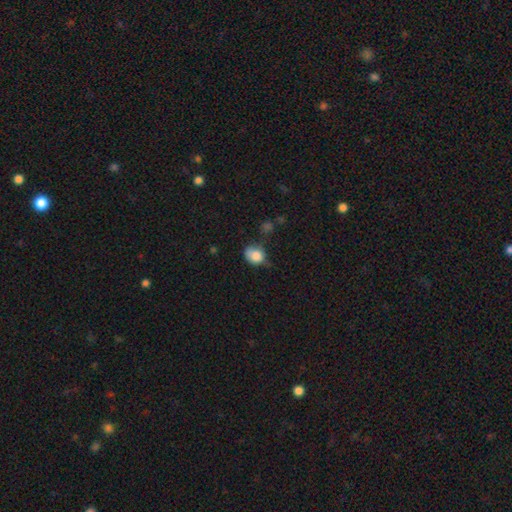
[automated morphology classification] Q: Smooth or featured?
A: smooth (82%); runner-up: star or artifact (9%)
Q: How rounded?
A: round (58%); runner-up: in between (41%)
Q: Merging?
A: none (43%); runner-up: minor disturbance (37%)